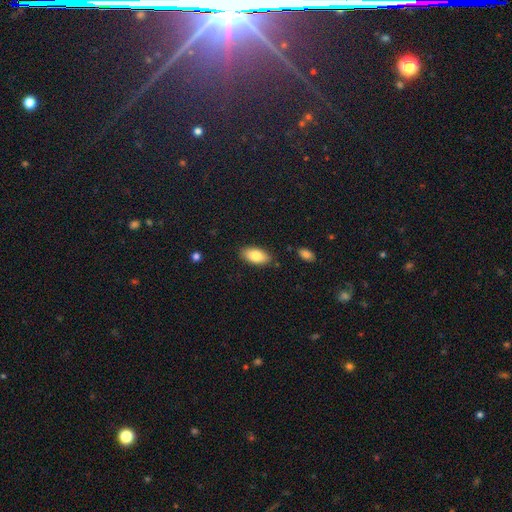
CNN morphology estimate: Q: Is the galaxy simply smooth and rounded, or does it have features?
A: smooth — 83%.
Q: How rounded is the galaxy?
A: in between — 93%.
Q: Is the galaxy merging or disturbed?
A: none — 85%.